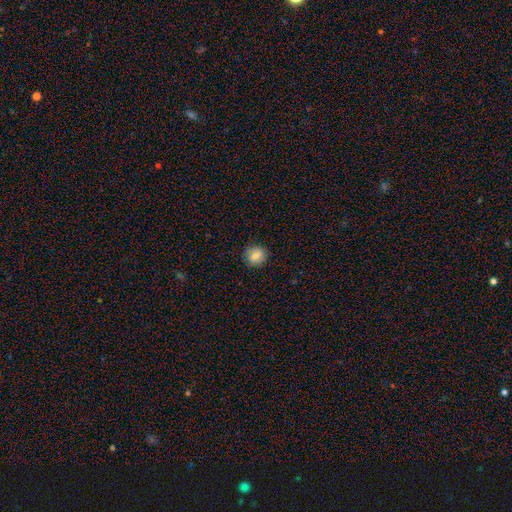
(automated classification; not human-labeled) smooth 75%, featured or disk 16%, star or artifact 9%. Down the decision tree: how rounded — round (83%); merging — none (87%).